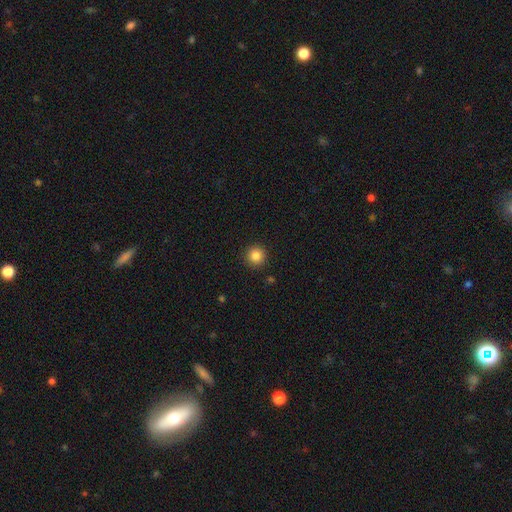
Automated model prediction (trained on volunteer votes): The model was most divided on "smooth or featured": smooth: 85%, star or artifact: 11%, featured or disk: 4%. More confident: how rounded — round (95%); merging — none (92%).